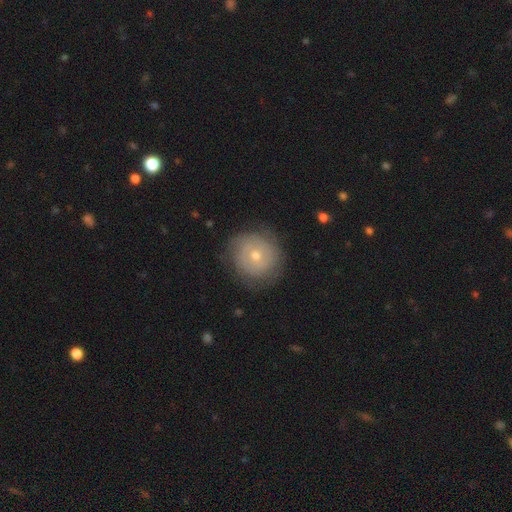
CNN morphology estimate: A featured or disk galaxy (53%) with no bar (81%), spiral arms (68%) and a small central bulge (54%). Merging: none (79%).